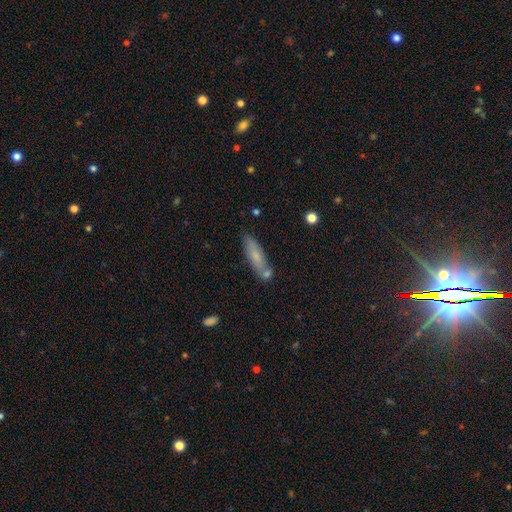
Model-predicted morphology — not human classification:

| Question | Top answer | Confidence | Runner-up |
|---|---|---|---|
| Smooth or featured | smooth | 66% | featured or disk (26%) |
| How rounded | cigar-shaped | 70% | in between (28%) |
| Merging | none | 68% | minor disturbance (16%) |